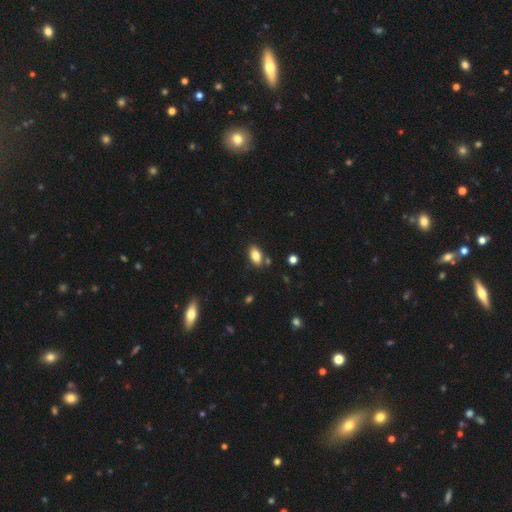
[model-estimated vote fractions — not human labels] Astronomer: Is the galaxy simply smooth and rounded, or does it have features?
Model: smooth — 83%.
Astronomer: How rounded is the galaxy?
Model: in between — 91%.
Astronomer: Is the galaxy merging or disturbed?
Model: none — 79%.